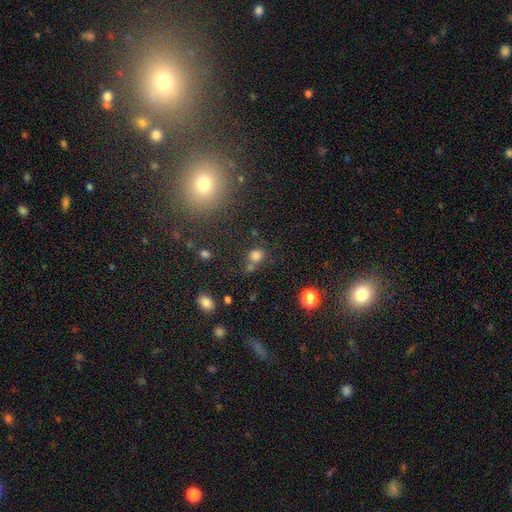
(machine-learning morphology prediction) This appears to be a smooth galaxy with no disk features (76%) that is round (71%). Merging: none (56%).